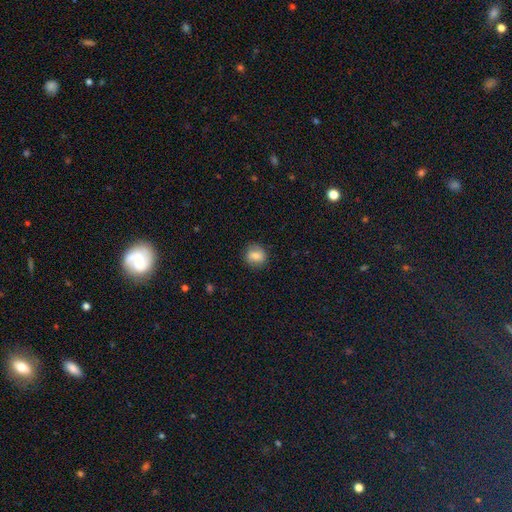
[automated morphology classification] Smooth or featured? smooth (78%)
How rounded? round (75%)
Merging? none (83%)